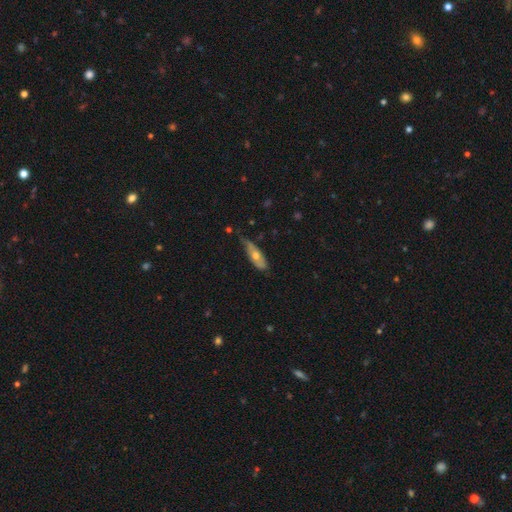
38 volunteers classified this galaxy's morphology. A featured or disk galaxy (66%) with no bar (87%), no spiral arms (67%) and a moderate central bulge (80%). Merging: none (57%).